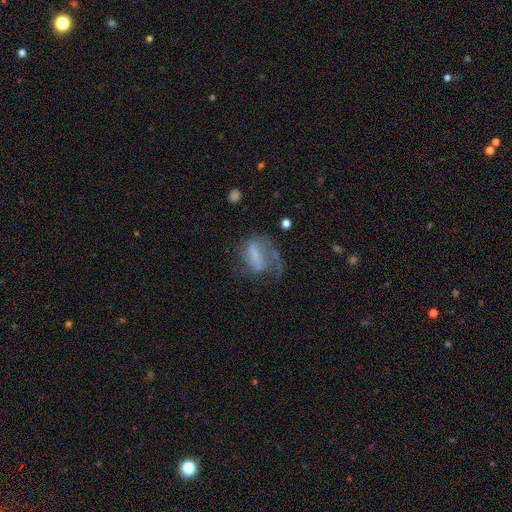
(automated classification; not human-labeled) Morphology: type=featured or disk (64%); edge-on=no (96%); bar=weak (38%); spiral arms=yes (78%); bulge=none (44%); merging=major disturbance (42%).